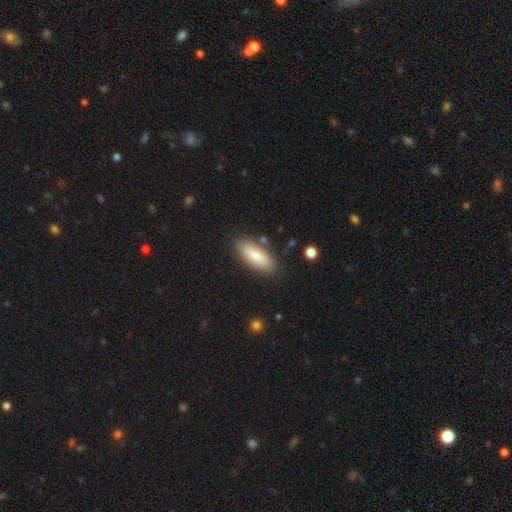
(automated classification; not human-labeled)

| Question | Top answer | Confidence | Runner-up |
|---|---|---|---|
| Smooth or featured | smooth | 83% | featured or disk (11%) |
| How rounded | in between | 67% | cigar-shaped (31%) |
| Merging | none | 83% | minor disturbance (11%) |